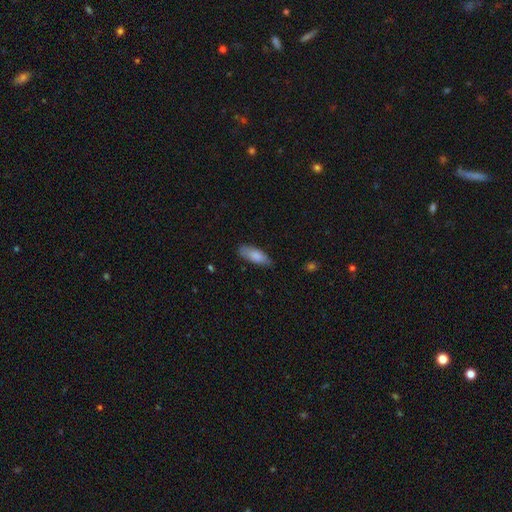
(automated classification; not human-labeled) Smooth or featured: smooth — 82% (featured or disk — 12%)
How rounded: in between — 72% (cigar-shaped — 26%)
Merging: none — 71% (minor disturbance — 24%)